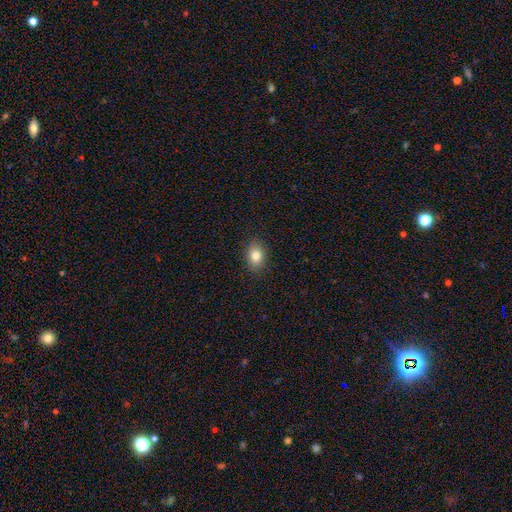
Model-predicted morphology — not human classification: The model was most divided on "how rounded": in between: 75%, round: 24%, cigar-shaped: 1%. More confident: merging — none (89%); smooth or featured — smooth (82%).